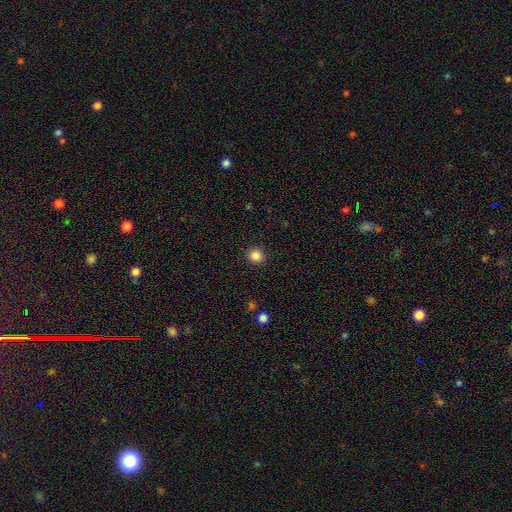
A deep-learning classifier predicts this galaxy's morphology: Overall: smooth (85%). How rounded: round (95%). Merging: none (92%).